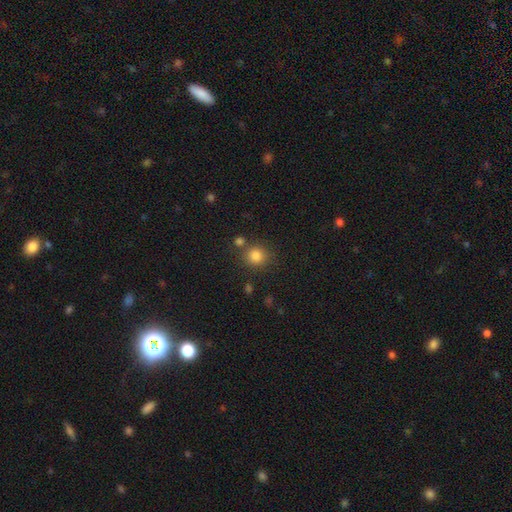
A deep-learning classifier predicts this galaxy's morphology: Q: Smooth or featured?
A: smooth (83%); runner-up: star or artifact (12%)
Q: How rounded?
A: round (88%); runner-up: in between (11%)
Q: Merging?
A: none (76%); runner-up: merger (10%)